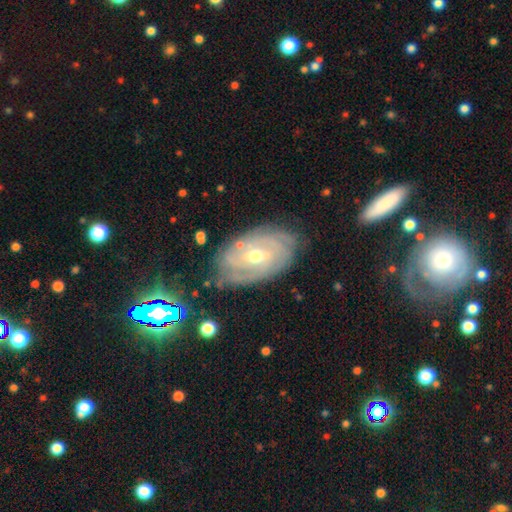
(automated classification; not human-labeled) Smooth or featured? featured or disk (83%)
Edge-on disk? no (95%)
Bar? weak (48%)
Spiral arms? yes (92%)
Spiral winding? tight (74%)
Spiral arm count? can't tell (41%)
Bulge size? moderate (58%)
Merging? none (76%)